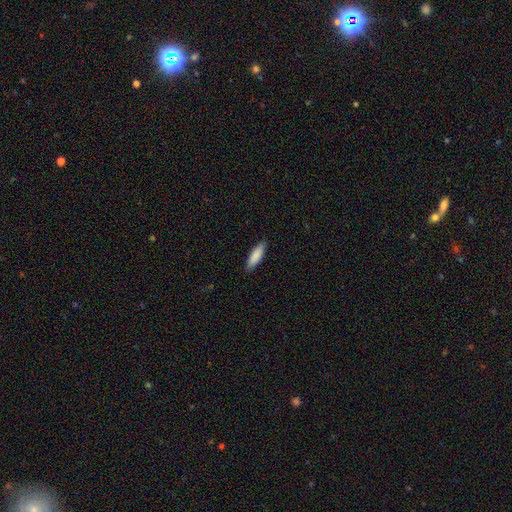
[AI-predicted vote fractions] Q: Smooth or featured?
A: smooth (87%); runner-up: featured or disk (8%)
Q: How rounded?
A: cigar-shaped (54%); runner-up: in between (45%)
Q: Merging?
A: none (87%); runner-up: minor disturbance (10%)